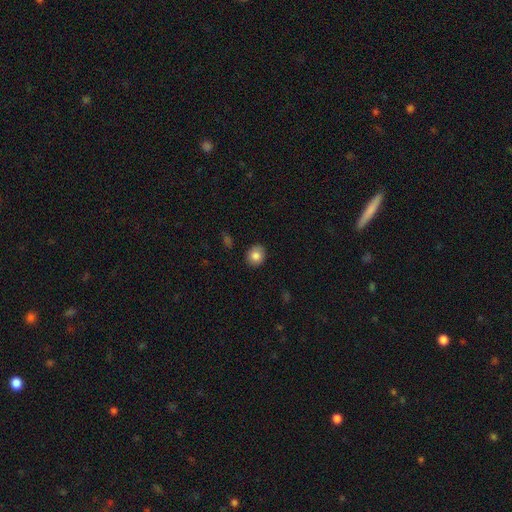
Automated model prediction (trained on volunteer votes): The model was most divided on "how rounded": round: 77%, in between: 22%, cigar-shaped: 1%. More confident: merging — none (87%); smooth or featured — smooth (85%).